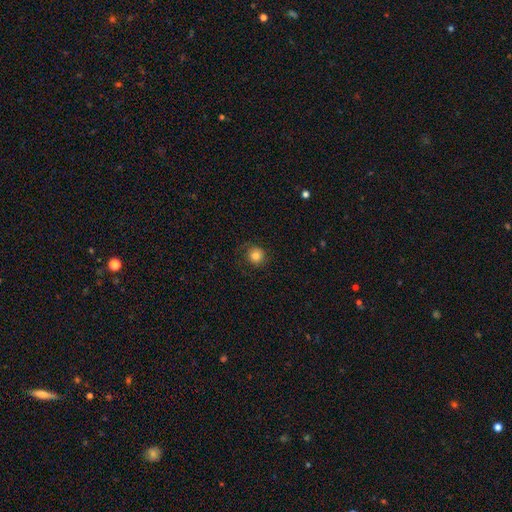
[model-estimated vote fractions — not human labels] Smooth or featured? smooth (81%)
How rounded? round (91%)
Merging? none (76%)